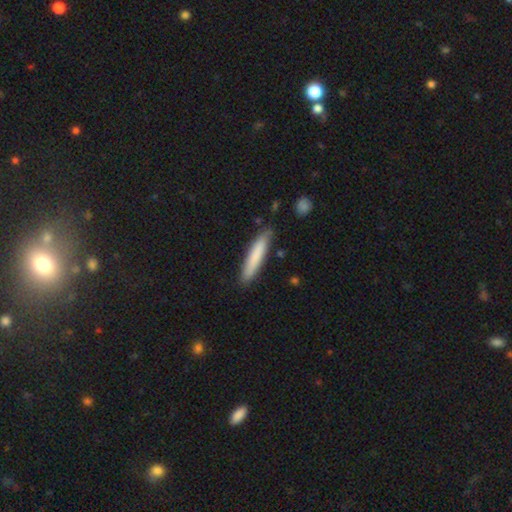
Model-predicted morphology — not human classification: This appears to be a smooth galaxy with no disk features (79%) that is cigar-shaped (91%). Merging: none (84%).